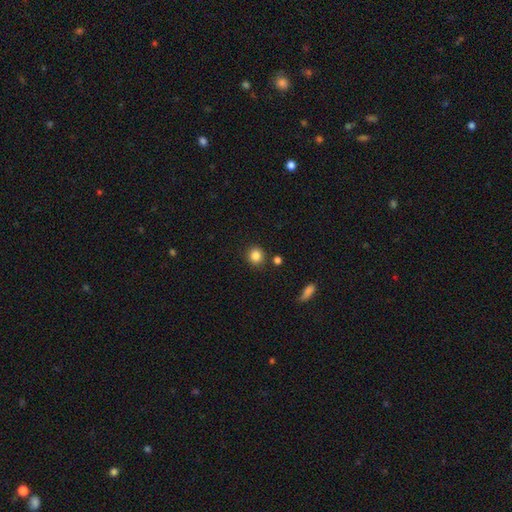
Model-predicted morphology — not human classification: smooth-or-featured: smooth: 84% | star or artifact: 11% | featured or disk: 5%
  how-rounded: round: 87% | in between: 12% | cigar-shaped: 1%
  merging: none: 84% | minor disturbance: 9% | merger: 5% | major disturbance: 3%